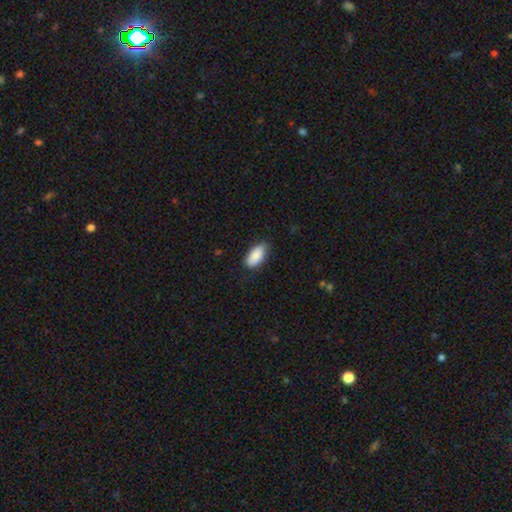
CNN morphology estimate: The model was most divided on "merging": none: 77%, minor disturbance: 19%, major disturbance: 3%, merger: 1%. More confident: how rounded — in between (92%); smooth or featured — smooth (88%).